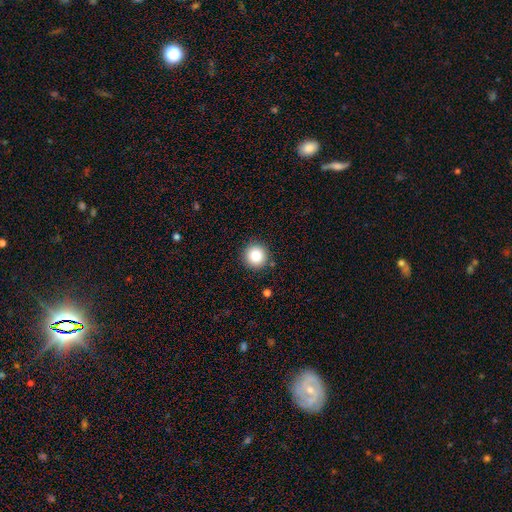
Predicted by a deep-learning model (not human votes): smooth_or_featured: smooth (p=0.85) [alt: star or artifact p=0.10]
how_rounded: round (p=0.95) [alt: in between p=0.04]
merging: none (p=0.90) [alt: minor disturbance p=0.06]